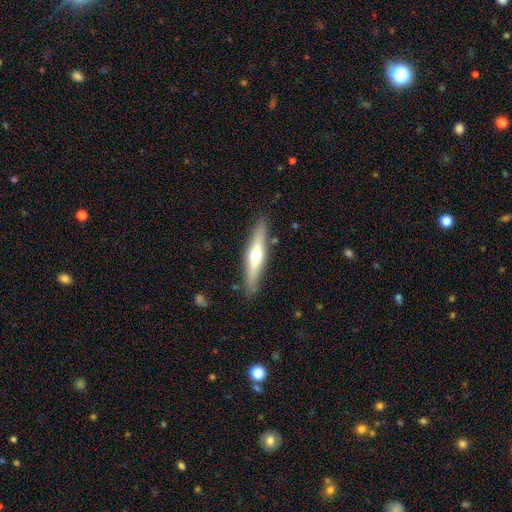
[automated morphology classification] A featured or disk galaxy (50%) viewed edge-on (91%).

Vote fractions:
- Smooth or featured? featured or disk: 50% / smooth: 44% / star or artifact: 6%
- Edge-on disk? yes: 91% / no: 9%
- Merging? none: 86% / minor disturbance: 10% / major disturbance: 2% / merger: 2%